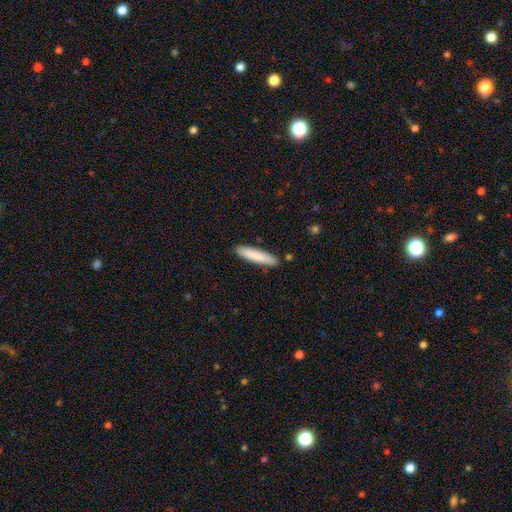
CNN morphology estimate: Smooth or featured: smooth — 84% (featured or disk — 10%)
How rounded: cigar-shaped — 87% (in between — 12%)
Merging: none — 89% (minor disturbance — 8%)